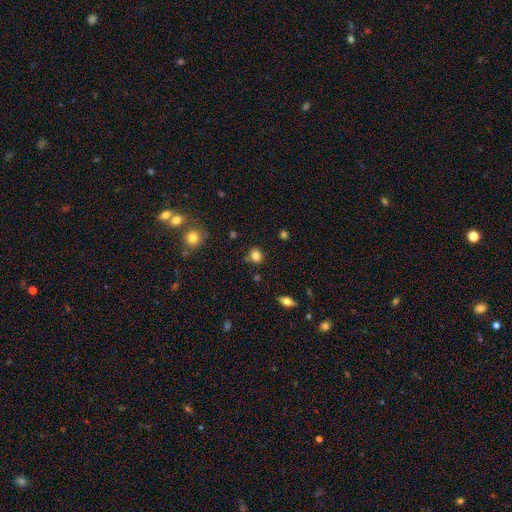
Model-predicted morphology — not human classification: Smooth or featured? Predicted: smooth (p=0.82). How rounded? Predicted: round (p=0.68). Merging? Predicted: none (p=0.77).